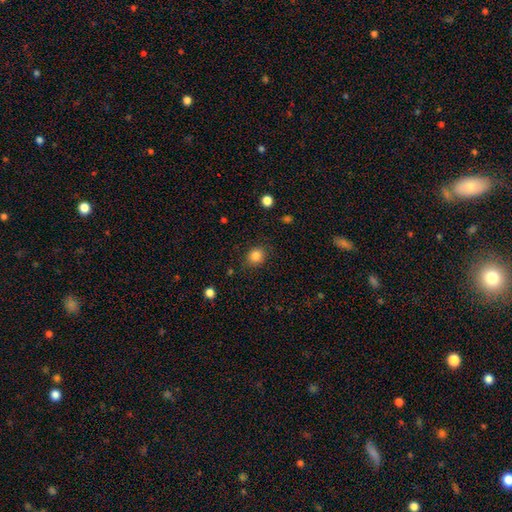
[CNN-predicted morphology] smooth-or-featured: smooth: 85% | star or artifact: 11% | featured or disk: 5%
  how-rounded: round: 72% | in between: 28% | cigar-shaped: 1%
  merging: none: 84% | minor disturbance: 11% | major disturbance: 3% | merger: 1%